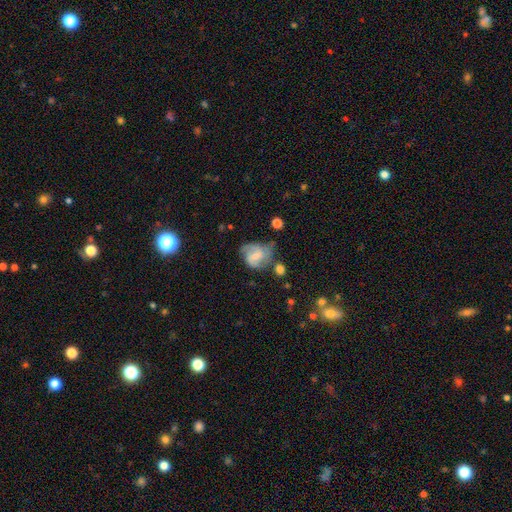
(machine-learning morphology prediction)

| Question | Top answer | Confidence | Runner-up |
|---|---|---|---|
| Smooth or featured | featured or disk | 70% | smooth (23%) |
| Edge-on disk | no | 98% | yes (2%) |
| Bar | weak | 48% | no (42%) |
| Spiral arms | yes | 91% | no (9%) |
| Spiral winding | medium | 49% | tight (29%) |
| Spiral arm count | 2 | 55% | 3 (20%) |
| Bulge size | small | 51% | moderate (36%) |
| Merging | none | 49% | minor disturbance (28%) |